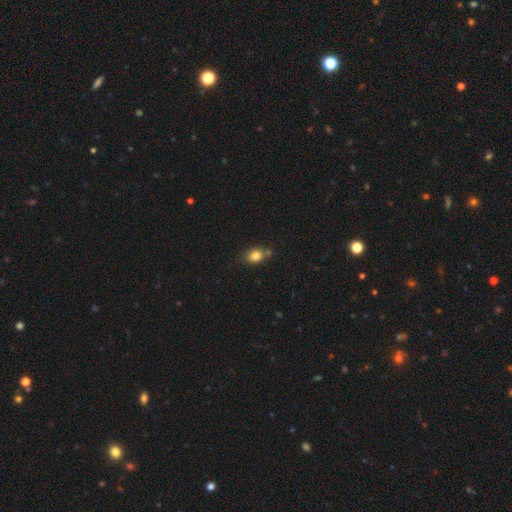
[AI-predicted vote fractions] Smooth or featured?
  - smooth: 83% *
  - star or artifact: 10%
  - featured or disk: 7%
How rounded?
  - in between: 56% *
  - round: 42%
  - cigar-shaped: 2%
Merging?
  - none: 65% *
  - minor disturbance: 19%
  - merger: 12%
  - major disturbance: 5%